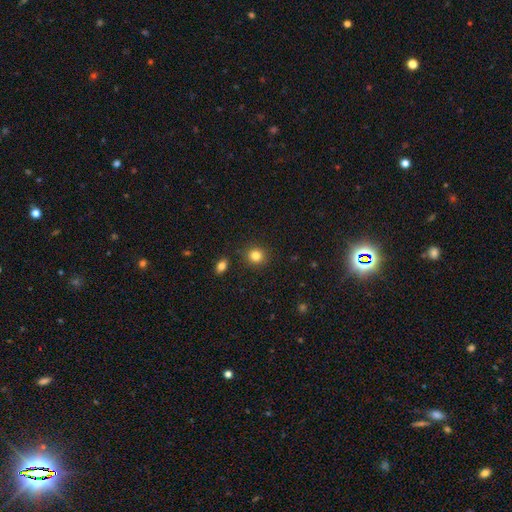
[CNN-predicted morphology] A smooth galaxy with no disk features (84%) that is round (86%).

Vote fractions:
- Smooth or featured? smooth: 84% / star or artifact: 11% / featured or disk: 5%
- How rounded? round: 86% / in between: 13% / cigar-shaped: 1%
- Merging? none: 88% / minor disturbance: 7% / merger: 3% / major disturbance: 2%